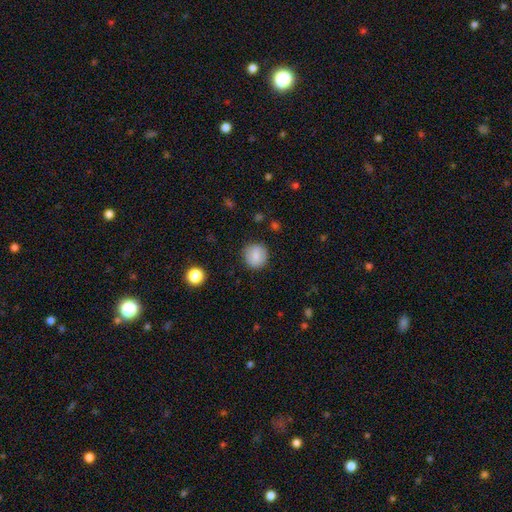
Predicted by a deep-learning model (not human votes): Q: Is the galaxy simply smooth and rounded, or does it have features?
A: smooth — 78%.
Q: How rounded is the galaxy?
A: round — 91%.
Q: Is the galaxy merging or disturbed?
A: none — 87%.